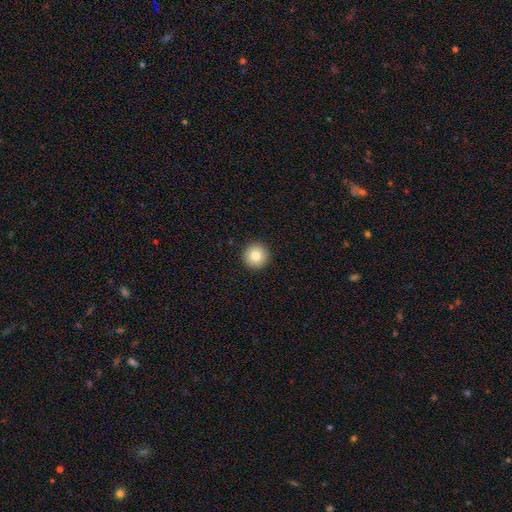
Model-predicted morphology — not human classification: Smooth or featured?
  - smooth: 82% *
  - star or artifact: 10%
  - featured or disk: 8%
How rounded?
  - round: 96% *
  - in between: 3%
  - cigar-shaped: 1%
Merging?
  - none: 93% *
  - minor disturbance: 4%
  - major disturbance: 1%
  - merger: 1%